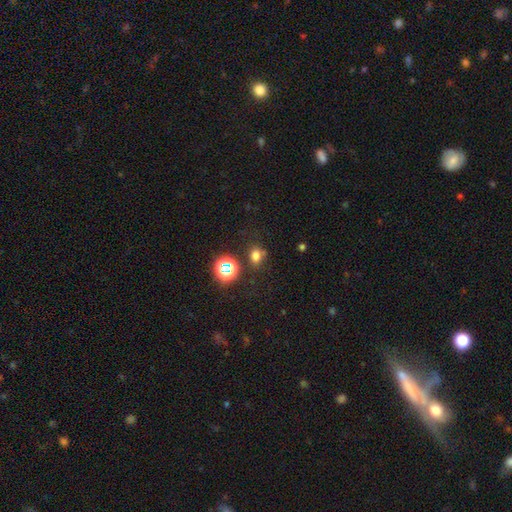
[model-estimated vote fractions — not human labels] Smooth or featured?
  - smooth: 66% *
  - star or artifact: 26%
  - featured or disk: 8%
How rounded?
  - round: 51% *
  - in between: 48%
  - cigar-shaped: 1%
Merging?
  - none: 69% *
  - minor disturbance: 15%
  - merger: 10%
  - major disturbance: 6%